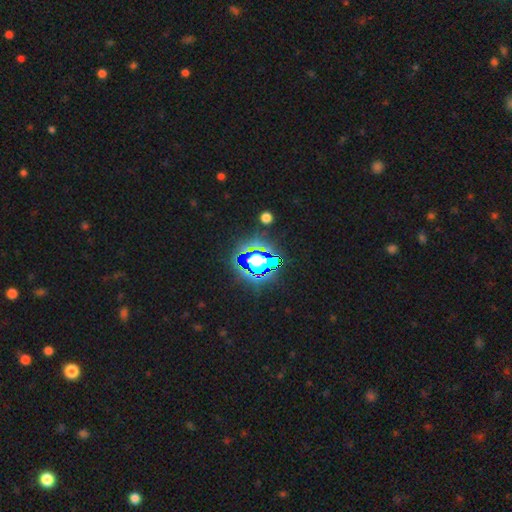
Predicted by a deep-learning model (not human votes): The model was most divided on "smooth or featured": star or artifact: 81%, smooth: 12%, featured or disk: 7%.